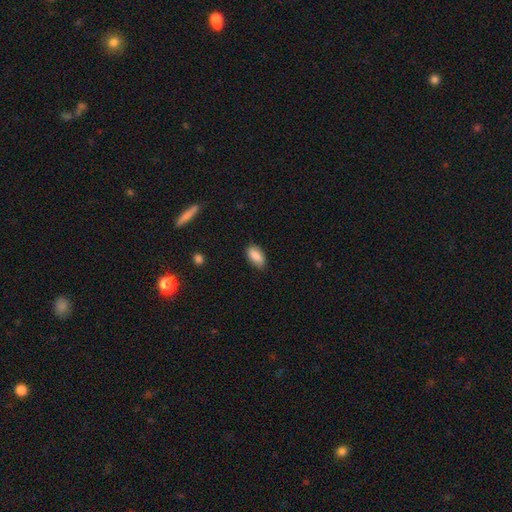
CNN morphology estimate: Smooth or featured? smooth (85%)
How rounded? in between (91%)
Merging? none (81%)